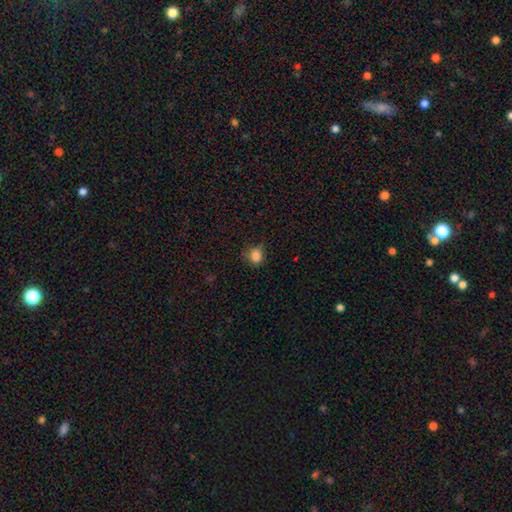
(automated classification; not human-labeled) This appears to be a smooth galaxy with no disk features (83%) that is round (64%). Merging: none (64%).